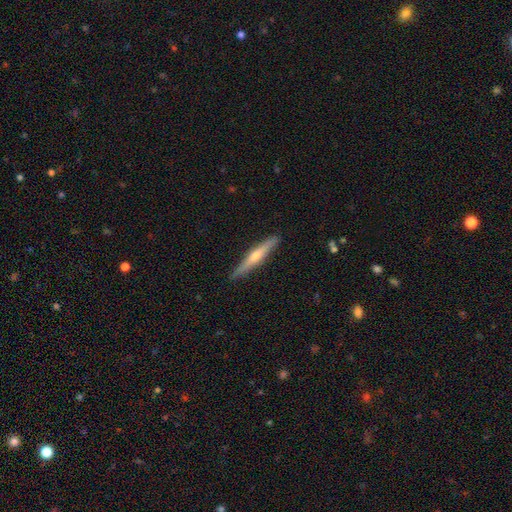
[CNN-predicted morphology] featured or disk 62%, smooth 33%, star or artifact 6%. Down the decision tree: edge-on disk — yes (97%); edge-on bulge — rounded (82%); merging — none (89%).